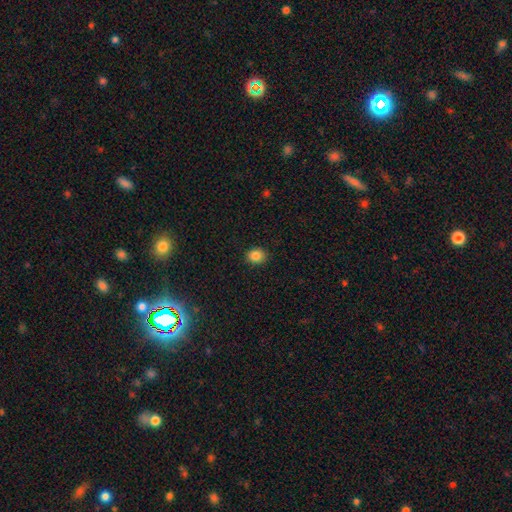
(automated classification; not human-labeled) Smooth or featured? Predicted: smooth (p=0.85). How rounded? Predicted: round (p=0.65). Merging? Predicted: none (p=0.87).